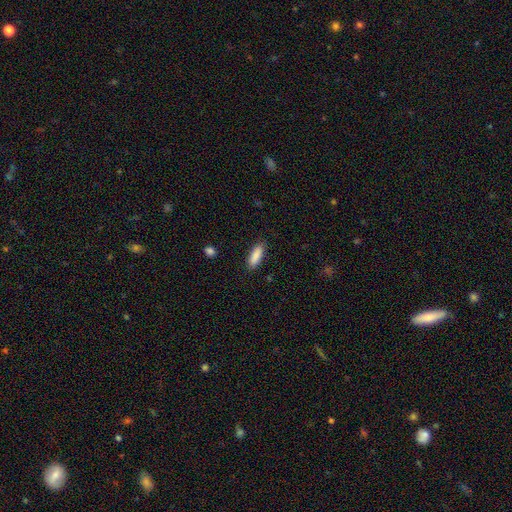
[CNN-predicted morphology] smooth-or-featured: smooth: 89% | star or artifact: 6% | featured or disk: 5%
  how-rounded: in between: 55% | cigar-shaped: 44% | round: 2%
  merging: none: 87% | minor disturbance: 9% | major disturbance: 2% | merger: 1%